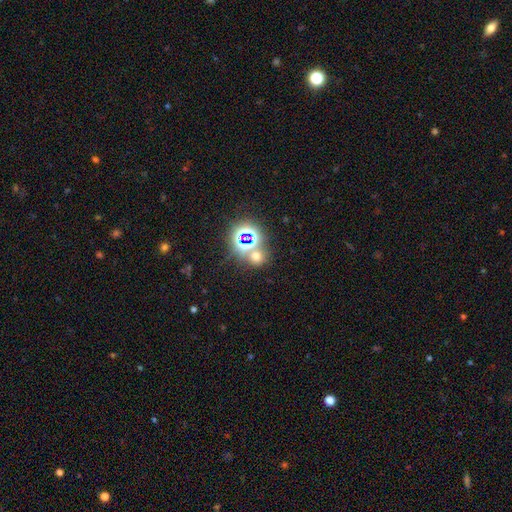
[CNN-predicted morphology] smooth-or-featured: smooth: 46% | star or artifact: 45% | featured or disk: 8%
  merging: none: 62% | merger: 25% | minor disturbance: 8% | major disturbance: 5%